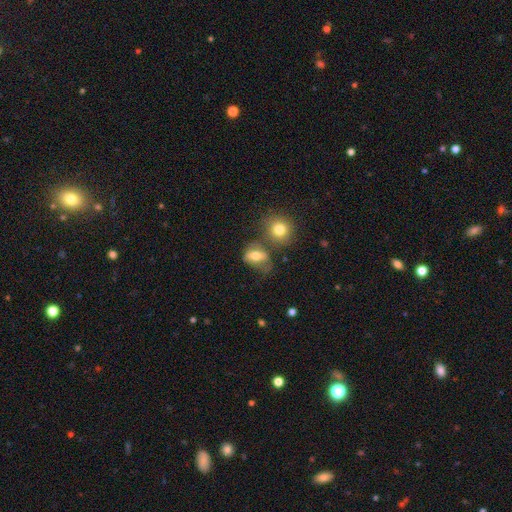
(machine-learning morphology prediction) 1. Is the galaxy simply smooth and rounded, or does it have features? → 65% smooth, 24% featured or disk, 11% star or artifact.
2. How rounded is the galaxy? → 67% in between, 29% round, 3% cigar-shaped.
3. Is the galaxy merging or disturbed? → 41% none, 22% minor disturbance, 21% merger, 16% major disturbance.